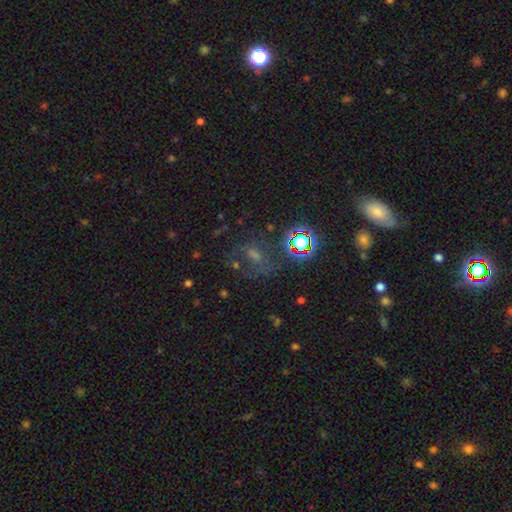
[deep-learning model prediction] This is possibly a star or artifact rather than a galaxy (49%).